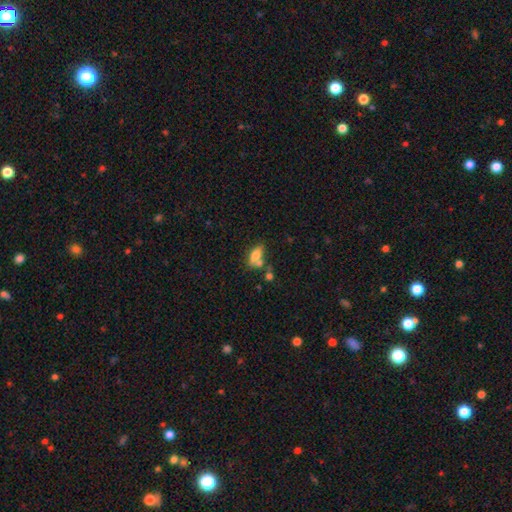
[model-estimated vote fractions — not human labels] Smooth or featured: smooth — 73% (featured or disk — 18%)
How rounded: in between — 85% (cigar-shaped — 9%)
Merging: none — 45% (merger — 31%)